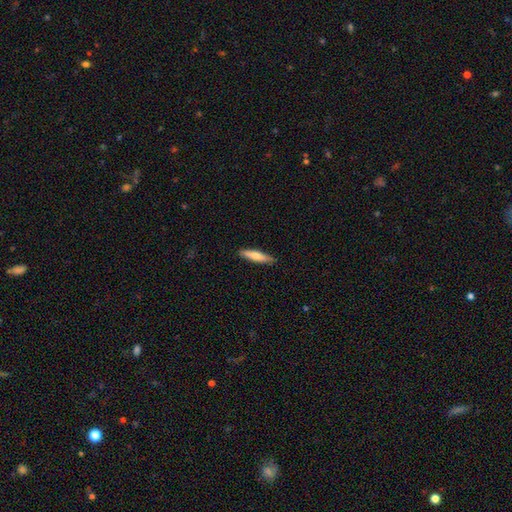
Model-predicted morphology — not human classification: Smooth or featured? smooth (66%)
How rounded? cigar-shaped (81%)
Merging? none (88%)